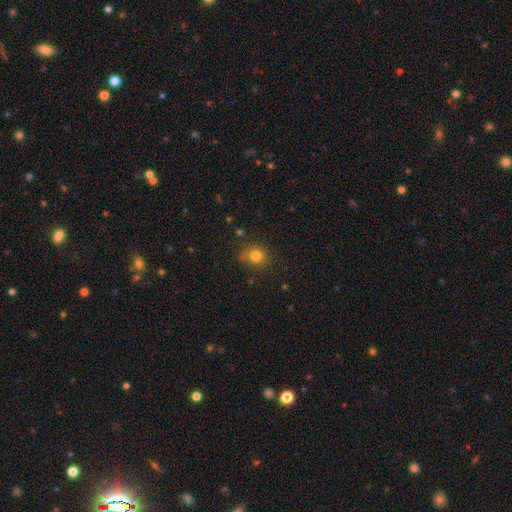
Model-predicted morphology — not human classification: smooth 79%, star or artifact 13%, featured or disk 8%. Down the decision tree: how rounded — round (73%); merging — none (77%).